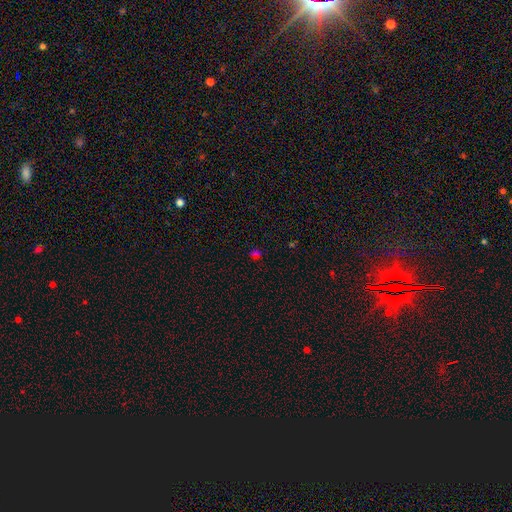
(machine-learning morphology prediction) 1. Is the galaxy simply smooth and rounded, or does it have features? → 58% smooth, 36% star or artifact, 6% featured or disk.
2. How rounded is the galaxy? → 70% round, 29% in between, 1% cigar-shaped.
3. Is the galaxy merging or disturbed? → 80% none, 11% minor disturbance, 4% merger, 4% major disturbance.